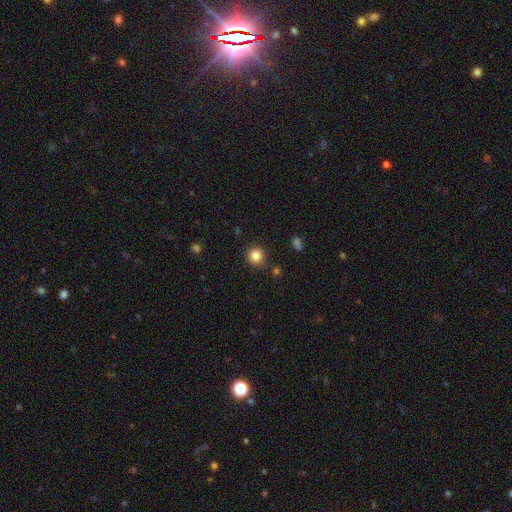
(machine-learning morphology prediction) Q: Smooth or featured?
A: smooth (84%); runner-up: star or artifact (11%)
Q: How rounded?
A: round (91%); runner-up: in between (8%)
Q: Merging?
A: none (89%); runner-up: minor disturbance (7%)